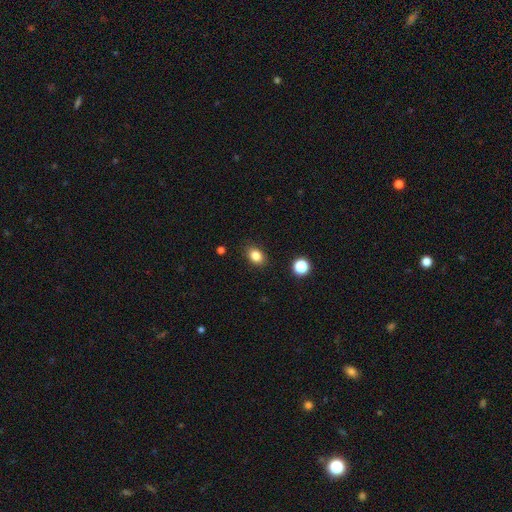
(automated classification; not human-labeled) Smooth or featured? smooth (84%)
How rounded? in between (71%)
Merging? none (87%)